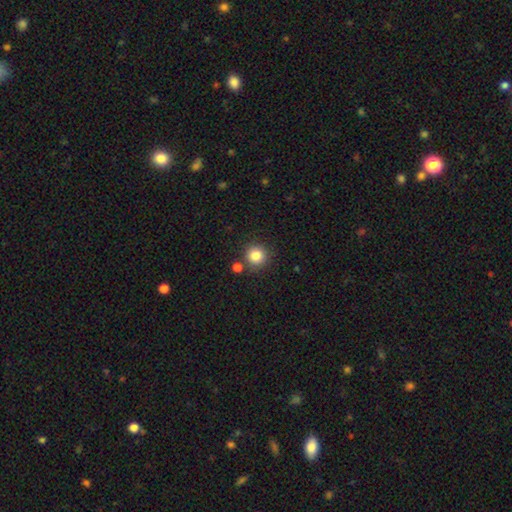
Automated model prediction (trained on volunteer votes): Smooth or featured? smooth (84%)
How rounded? round (93%)
Merging? none (82%)